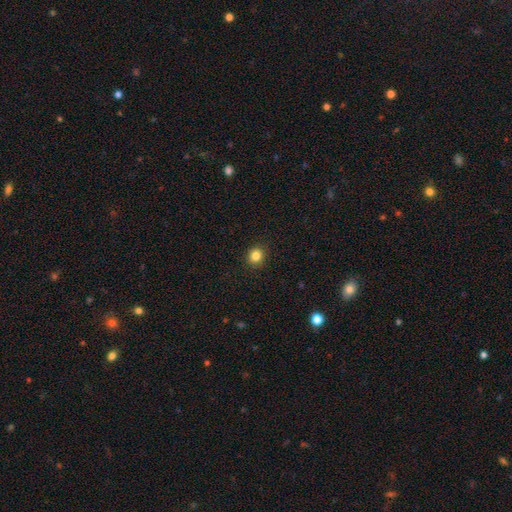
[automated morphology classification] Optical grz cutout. It shows a smooth galaxy with no disk features (84%) that is round (83%). Merging: none (92%).